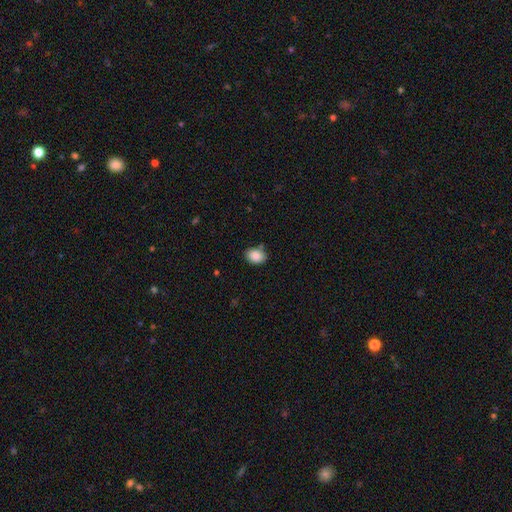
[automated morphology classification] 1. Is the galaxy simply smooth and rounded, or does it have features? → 88% smooth, 8% star or artifact, 4% featured or disk.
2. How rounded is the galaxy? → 70% in between, 29% round, 1% cigar-shaped.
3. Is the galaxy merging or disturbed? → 79% none, 14% minor disturbance, 4% merger, 3% major disturbance.